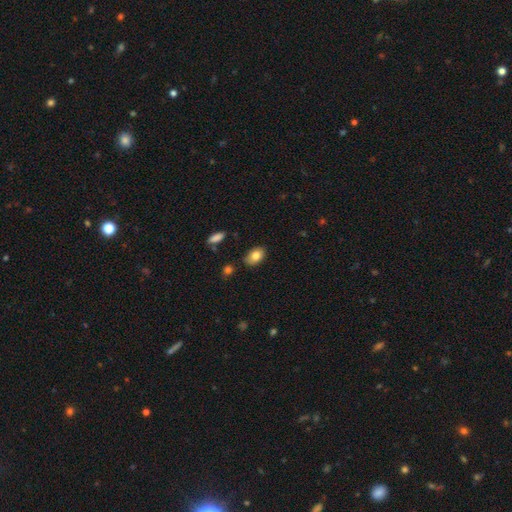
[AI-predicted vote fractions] Smooth or featured? Predicted: smooth (p=0.82). How rounded? Predicted: in between (p=0.89). Merging? Predicted: none (p=0.82).